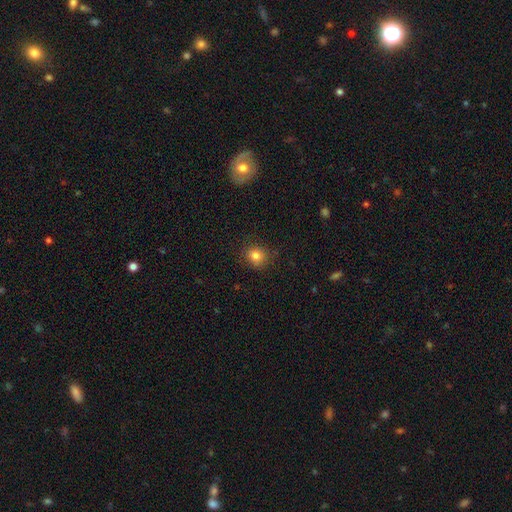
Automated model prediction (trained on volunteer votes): smooth 82%, star or artifact 12%, featured or disk 6%. Down the decision tree: how rounded — round (79%); merging — none (84%).